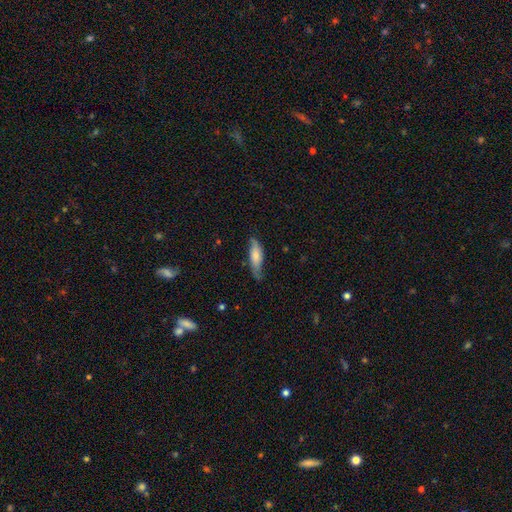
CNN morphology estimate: Q: Smooth or featured?
A: smooth (56%); runner-up: featured or disk (38%)
Q: How rounded?
A: in between (57%); runner-up: cigar-shaped (41%)
Q: Merging?
A: none (62%); runner-up: minor disturbance (29%)